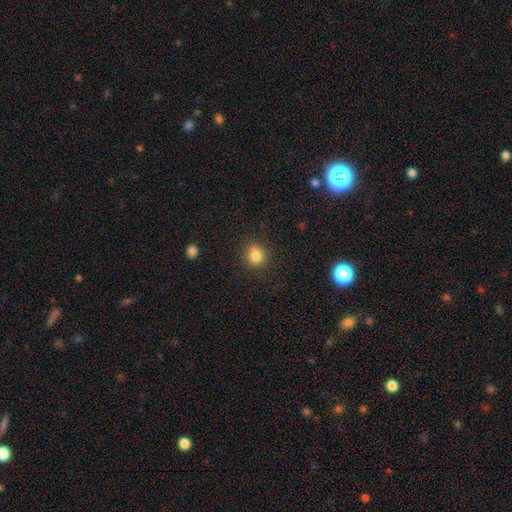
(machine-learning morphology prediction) smooth 82%, star or artifact 11%, featured or disk 7%. Down the decision tree: how rounded — round (76%); merging — none (81%).